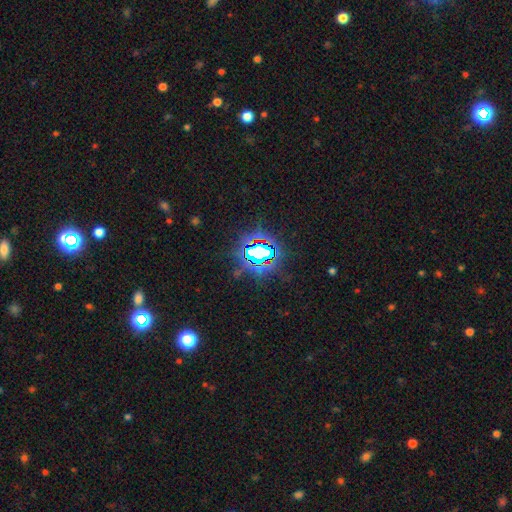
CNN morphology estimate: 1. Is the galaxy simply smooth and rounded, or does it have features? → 74% star or artifact, 16% smooth, 10% featured or disk.